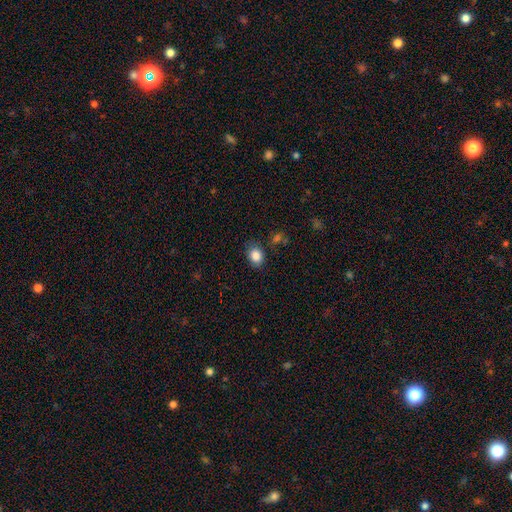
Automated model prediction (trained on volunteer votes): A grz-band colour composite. It shows a smooth galaxy with no disk features (85%) that is round (53%). Merging: none (79%).